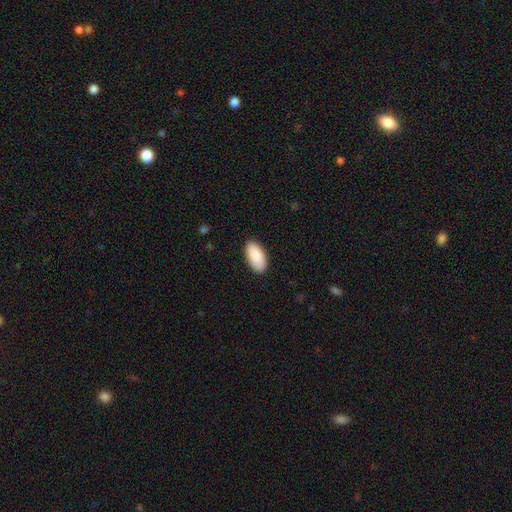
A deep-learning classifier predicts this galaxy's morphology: Smooth or featured?
  - smooth: 90% *
  - star or artifact: 6%
  - featured or disk: 5%
How rounded?
  - in between: 95% *
  - cigar-shaped: 4%
  - round: 2%
Merging?
  - none: 88% *
  - minor disturbance: 9%
  - major disturbance: 2%
  - merger: 1%